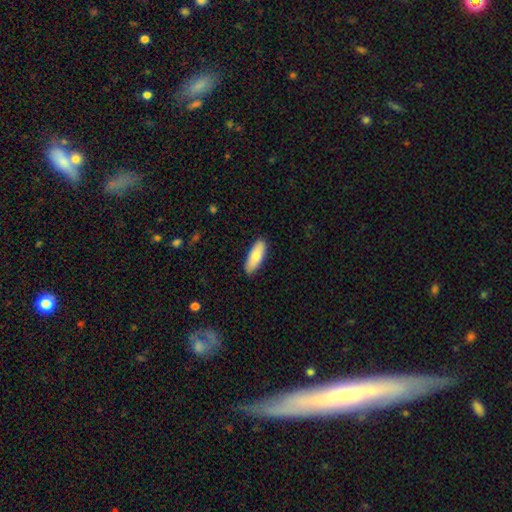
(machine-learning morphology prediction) Smooth or featured: smooth — 84% (featured or disk — 11%)
How rounded: in between — 69% (cigar-shaped — 29%)
Merging: none — 88% (minor disturbance — 9%)